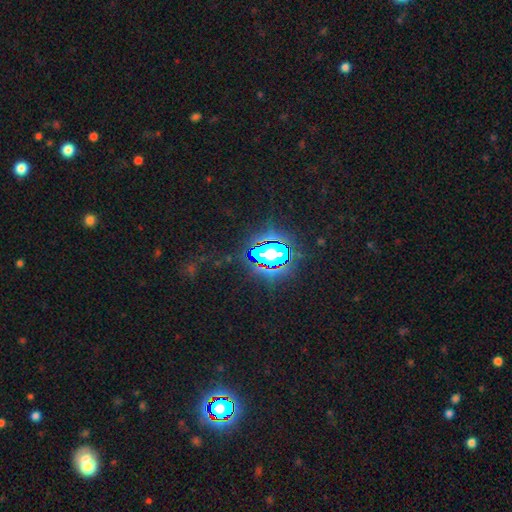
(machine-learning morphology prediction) This is likely a star or artifact rather than a galaxy (76%).